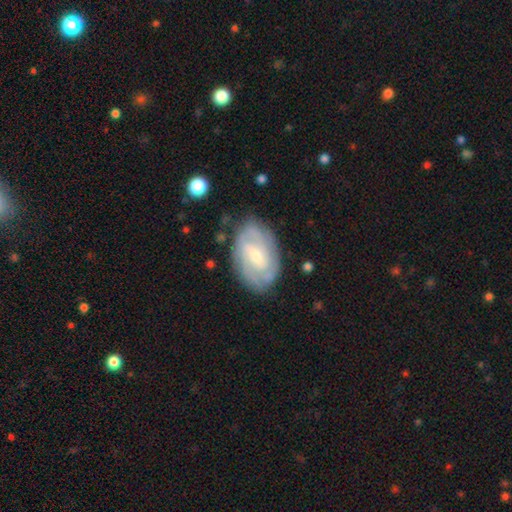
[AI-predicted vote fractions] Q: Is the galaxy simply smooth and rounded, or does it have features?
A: featured or disk — 79%.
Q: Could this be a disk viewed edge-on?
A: no — 96%.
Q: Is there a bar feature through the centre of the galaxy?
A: weak — 46%.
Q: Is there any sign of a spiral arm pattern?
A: yes — 92%.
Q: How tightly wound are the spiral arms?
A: tight — 61%.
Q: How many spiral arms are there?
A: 2 — 37%.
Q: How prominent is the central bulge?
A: small — 60%.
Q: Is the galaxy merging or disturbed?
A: none — 77%.